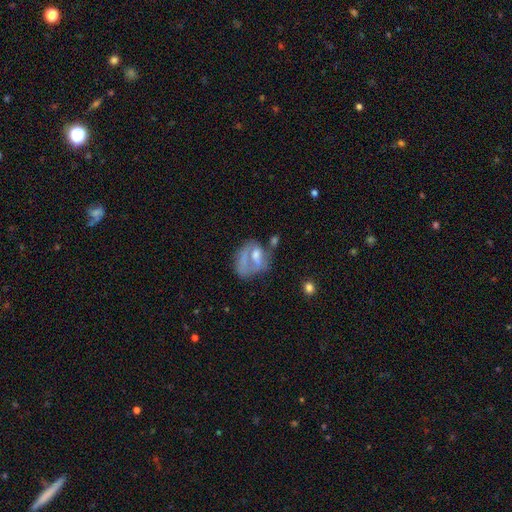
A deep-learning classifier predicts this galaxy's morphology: This is possibly a featured or disk galaxy (51%). It is clearly not viewed edge-on (95%). Merging: marginally major disturbance (31%, tied with none).